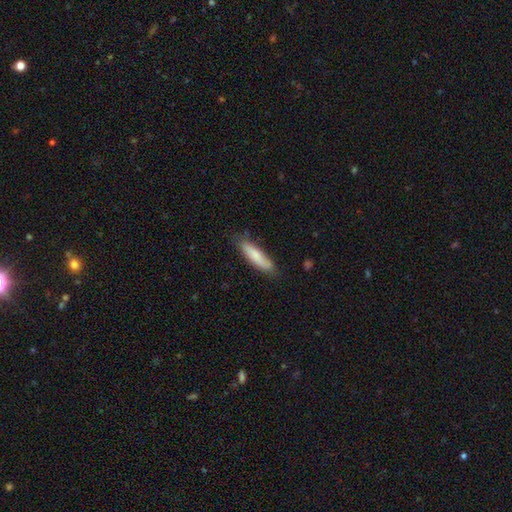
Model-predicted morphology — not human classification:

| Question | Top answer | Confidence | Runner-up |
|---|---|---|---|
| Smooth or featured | smooth | 79% | featured or disk (15%) |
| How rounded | cigar-shaped | 74% | in between (24%) |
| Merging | none | 79% | minor disturbance (17%) |